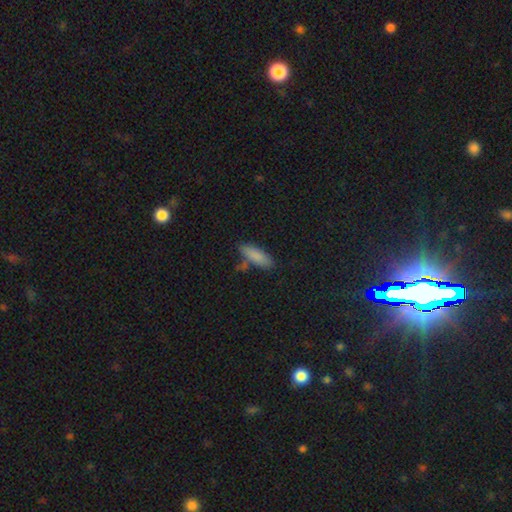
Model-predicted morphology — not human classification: The model was most divided on "how rounded": in between: 54%, cigar-shaped: 44%, round: 2%. More confident: smooth or featured — smooth (85%); merging — none (72%).